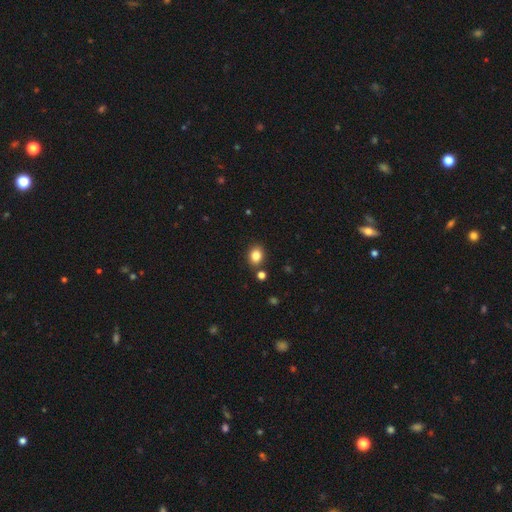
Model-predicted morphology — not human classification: Smooth or featured?
  - smooth: 84% *
  - star or artifact: 11%
  - featured or disk: 5%
How rounded?
  - in between: 53% *
  - round: 46%
  - cigar-shaped: 1%
Merging?
  - none: 83% *
  - minor disturbance: 9%
  - merger: 6%
  - major disturbance: 3%